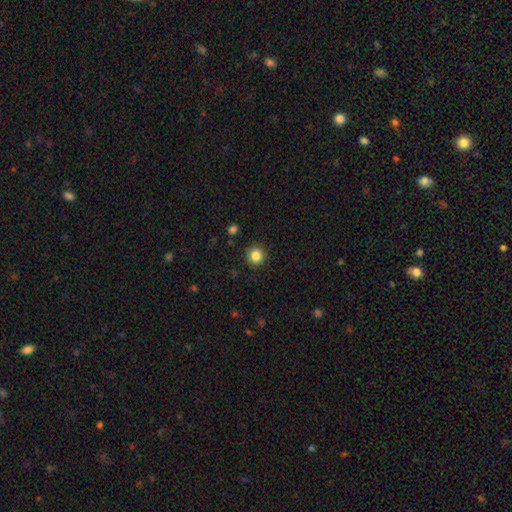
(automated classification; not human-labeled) Smooth or featured? smooth (84%)
How rounded? round (91%)
Merging? none (90%)